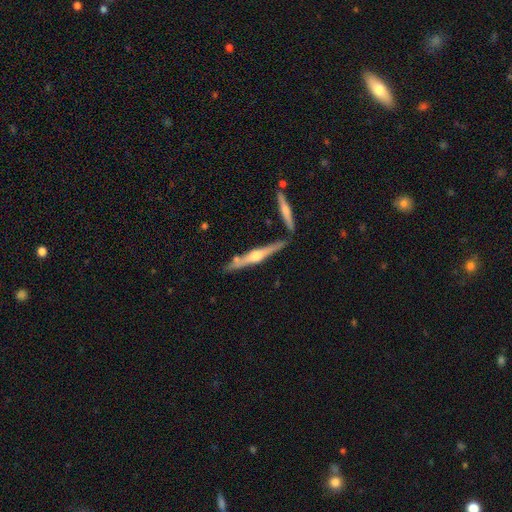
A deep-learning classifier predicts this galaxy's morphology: Smooth or featured: featured or disk — 77% (smooth — 18%)
Edge-on disk: yes — 97% (no — 3%)
Edge-on bulge: rounded — 89% (boxy — 6%)
Merging: none — 78% (minor disturbance — 11%)